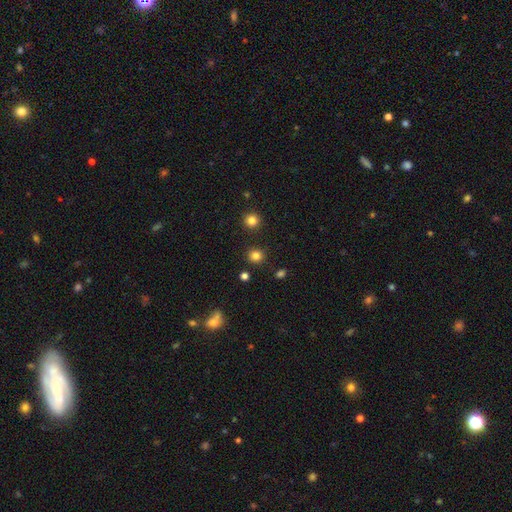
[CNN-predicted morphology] smooth 82%, star or artifact 14%, featured or disk 4%. Down the decision tree: how rounded — round (89%); merging — none (89%).